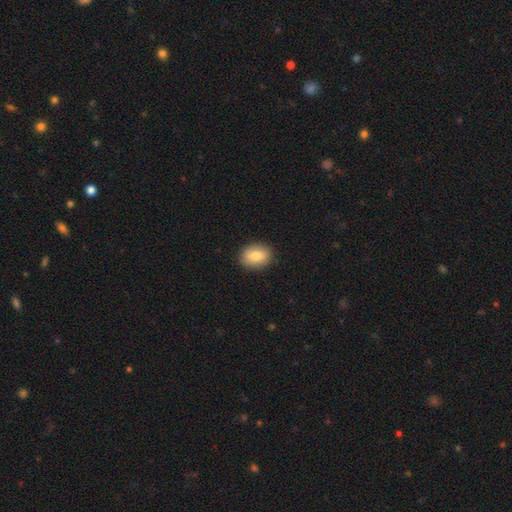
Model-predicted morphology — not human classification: This is clearly a smooth galaxy (81%). How rounded: likely in between (64%). Merging: clearly none (89%).